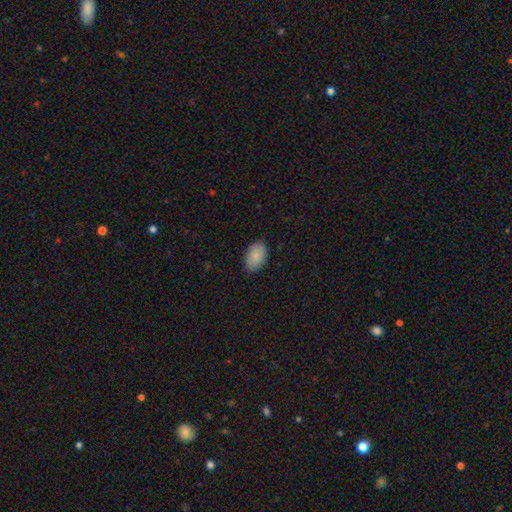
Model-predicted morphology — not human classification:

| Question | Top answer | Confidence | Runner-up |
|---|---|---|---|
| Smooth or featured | smooth | 87% | featured or disk (7%) |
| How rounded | in between | 91% | round (8%) |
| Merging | none | 85% | minor disturbance (12%) |